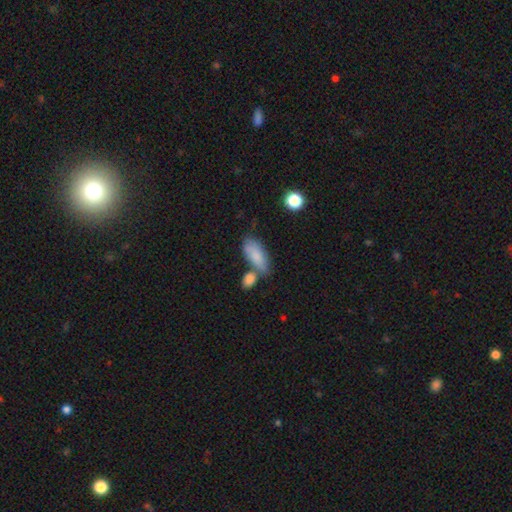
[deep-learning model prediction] A smooth galaxy with no disk features (81%) that is in between round and cigar-shaped (86%). Merging: none (46%).